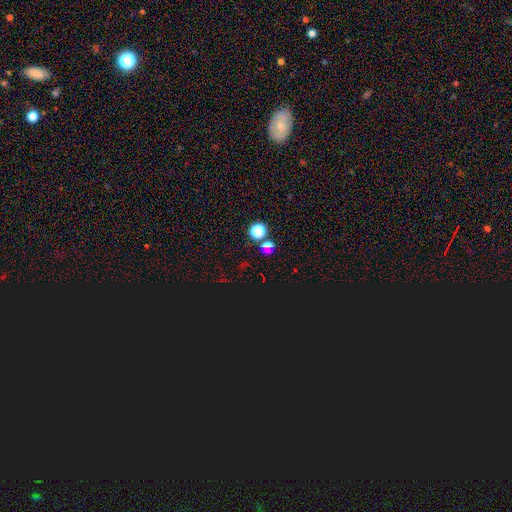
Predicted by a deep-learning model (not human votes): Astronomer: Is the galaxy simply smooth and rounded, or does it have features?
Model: star or artifact — 56% (runner-up: smooth, 37%).